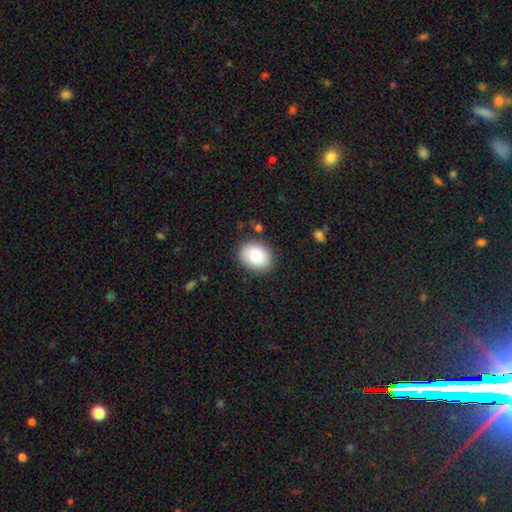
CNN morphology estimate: Overall: smooth (80%). How rounded: in between (54%; round 45%). Merging: none (86%).